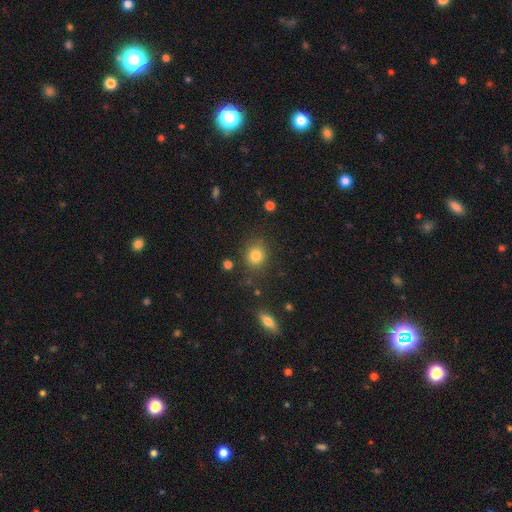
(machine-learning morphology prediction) Overall: smooth (82%). How rounded: round (77%). Merging: none (82%).